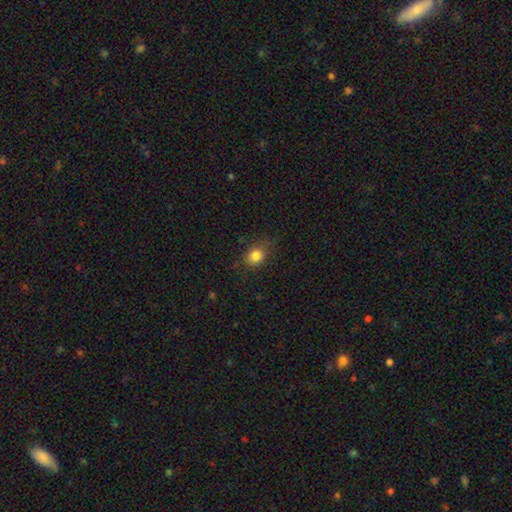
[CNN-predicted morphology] Q: Smooth or featured?
A: smooth (83%); runner-up: star or artifact (11%)
Q: How rounded?
A: round (54%); runner-up: in between (45%)
Q: Merging?
A: none (77%); runner-up: minor disturbance (17%)